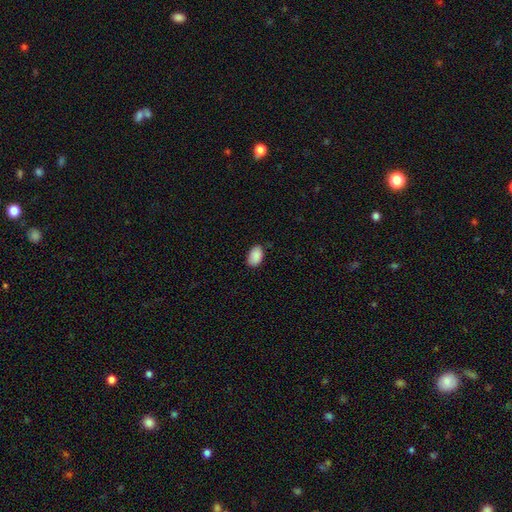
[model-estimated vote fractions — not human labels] smooth_or_featured: smooth (p=0.90) [alt: star or artifact p=0.07]
how_rounded: in between (p=0.90) [alt: round p=0.09]
merging: none (p=0.79) [alt: minor disturbance p=0.17]